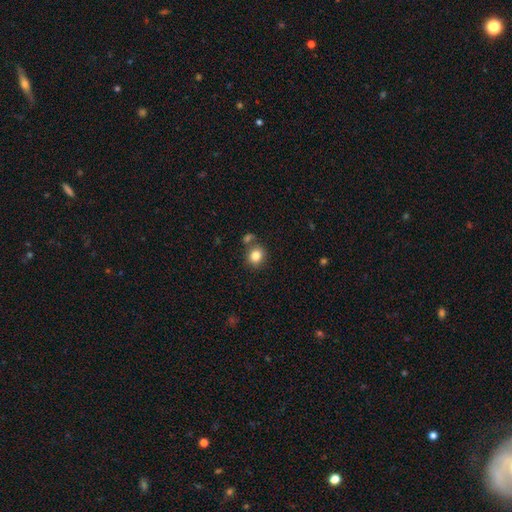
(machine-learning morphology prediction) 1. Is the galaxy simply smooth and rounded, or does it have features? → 83% smooth, 10% star or artifact, 7% featured or disk.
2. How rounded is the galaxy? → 71% round, 28% in between, 1% cigar-shaped.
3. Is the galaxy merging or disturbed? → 72% none, 14% merger, 11% minor disturbance, 4% major disturbance.